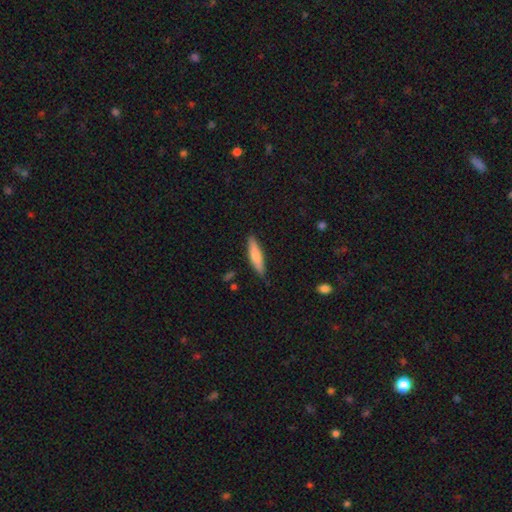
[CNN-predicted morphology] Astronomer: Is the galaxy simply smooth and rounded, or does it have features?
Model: smooth — 70%.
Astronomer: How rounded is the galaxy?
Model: cigar-shaped — 78%.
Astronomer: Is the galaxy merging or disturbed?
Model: none — 86%.